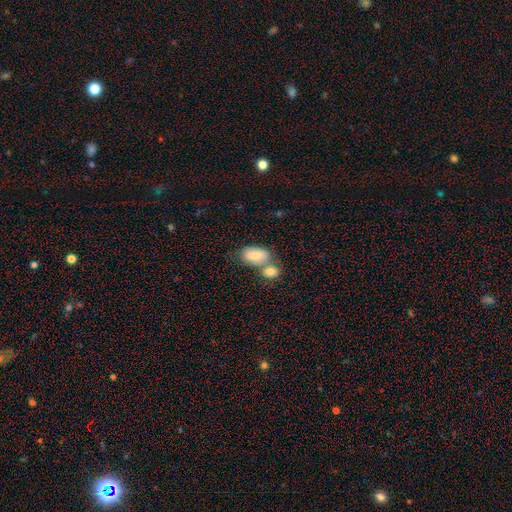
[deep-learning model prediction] This is likely a smooth galaxy (80%). How rounded: clearly in between (92%). Merging: possibly merger (48%).